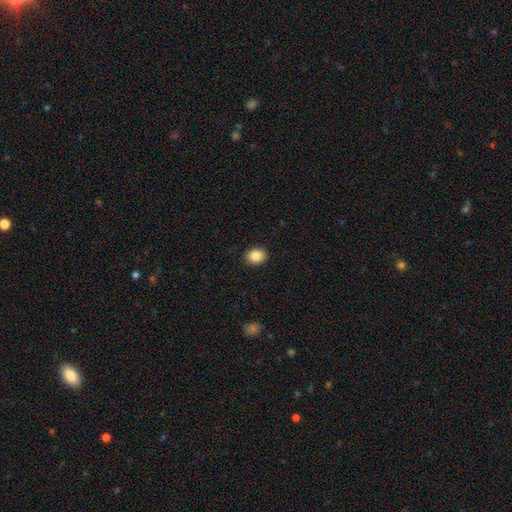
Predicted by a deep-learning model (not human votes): Morphology: type=smooth (88%); roundness=in between (52%); merging=none (90%).